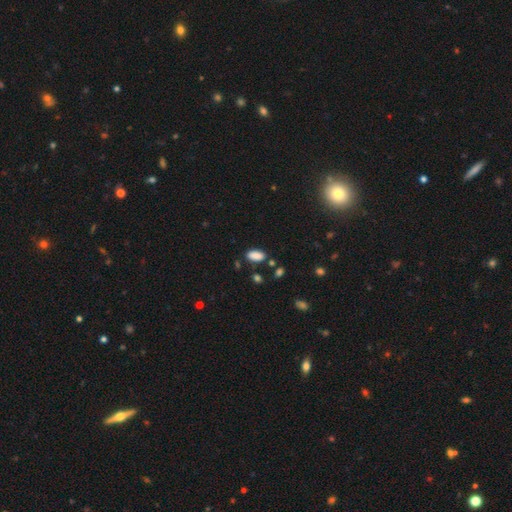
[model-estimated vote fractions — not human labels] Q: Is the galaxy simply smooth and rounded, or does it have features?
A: smooth — 87%.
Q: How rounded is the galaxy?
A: in between — 91%.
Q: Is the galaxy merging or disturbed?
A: none — 80%.